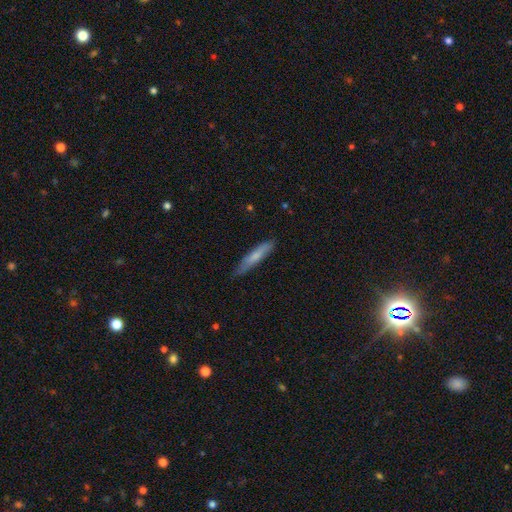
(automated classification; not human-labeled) Smooth or featured? Predicted: smooth (p=0.69). How rounded? Predicted: cigar-shaped (p=0.89). Merging? Predicted: none (p=0.77).